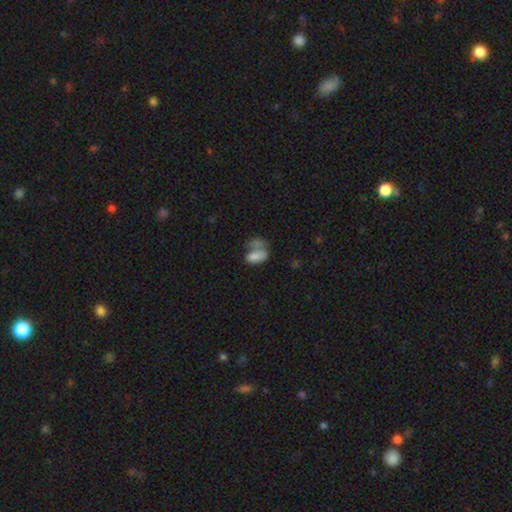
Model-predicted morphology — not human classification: type=smooth (76%); roundness=in between (88%); merging=merger (52%).